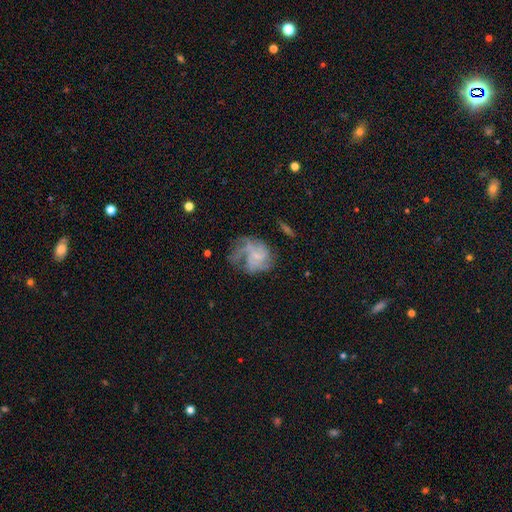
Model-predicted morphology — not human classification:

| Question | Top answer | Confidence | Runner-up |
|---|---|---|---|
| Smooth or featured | featured or disk | 72% | smooth (19%) |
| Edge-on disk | no | 98% | yes (2%) |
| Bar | no | 61% | weak (34%) |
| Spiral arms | yes | 84% | no (16%) |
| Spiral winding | medium | 44% | tight (29%) |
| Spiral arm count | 3 | 29% | can't tell (28%) |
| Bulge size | small | 60% | none (23%) |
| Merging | none | 40% | major disturbance (34%) |